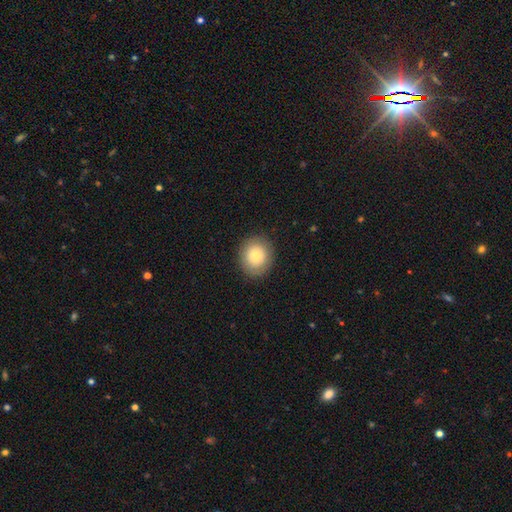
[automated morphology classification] smooth_or_featured: smooth (p=0.81) [alt: featured or disk p=0.11]
how_rounded: round (p=0.80) [alt: in between p=0.19]
merging: none (p=0.89) [alt: minor disturbance p=0.08]